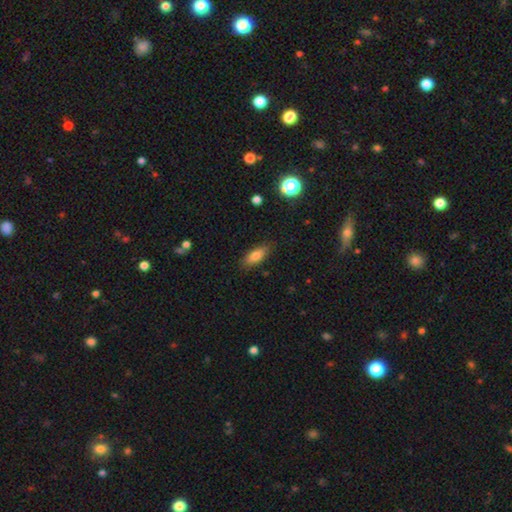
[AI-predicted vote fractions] smooth-or-featured: smooth: 78% | featured or disk: 14% | star or artifact: 8%
  how-rounded: in between: 75% | cigar-shaped: 22% | round: 3%
  merging: none: 84% | minor disturbance: 12% | major disturbance: 3% | merger: 1%